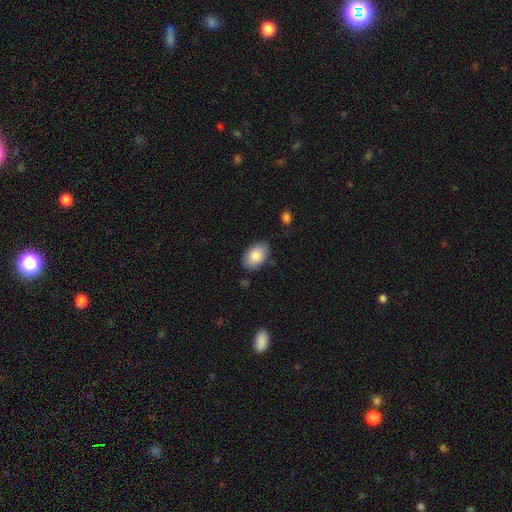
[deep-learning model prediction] Smooth or featured? Predicted: smooth (p=0.86). How rounded? Predicted: in between (p=0.89). Merging? Predicted: none (p=0.82).